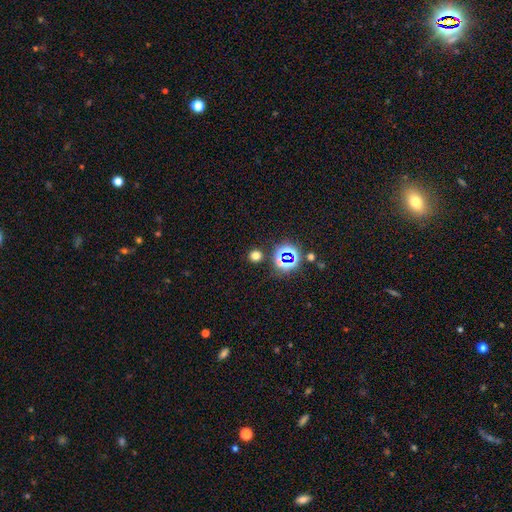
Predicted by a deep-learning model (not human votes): A smooth galaxy with no disk features (65%) that is round (87%).

Vote fractions:
- Smooth or featured? smooth: 65% / star or artifact: 29% / featured or disk: 6%
- How rounded? round: 87% / in between: 12% / cigar-shaped: 1%
- Merging? none: 86% / minor disturbance: 7% / merger: 4% / major disturbance: 3%